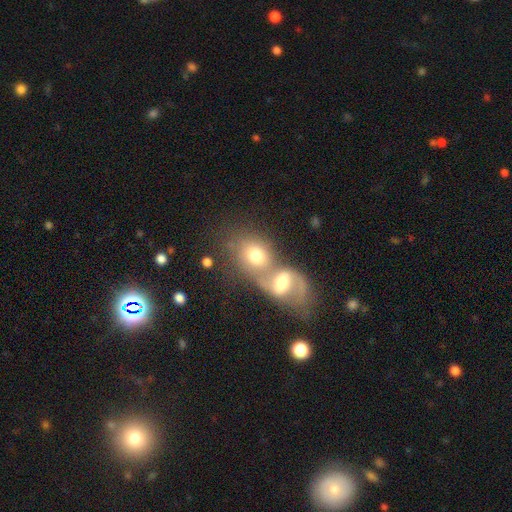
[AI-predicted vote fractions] Morphology: type=smooth (56%); roundness=in between (58%); merging=merger (70%).